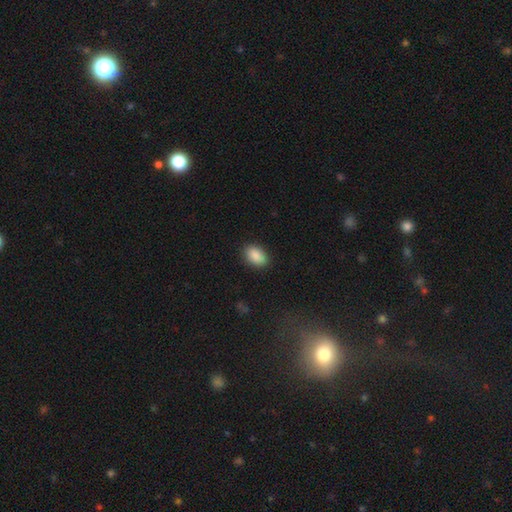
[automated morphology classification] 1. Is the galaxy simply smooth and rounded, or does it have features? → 89% smooth, 7% star or artifact, 4% featured or disk.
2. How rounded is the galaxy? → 87% in between, 11% round, 1% cigar-shaped.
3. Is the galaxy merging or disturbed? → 88% none, 9% minor disturbance, 2% major disturbance, 1% merger.